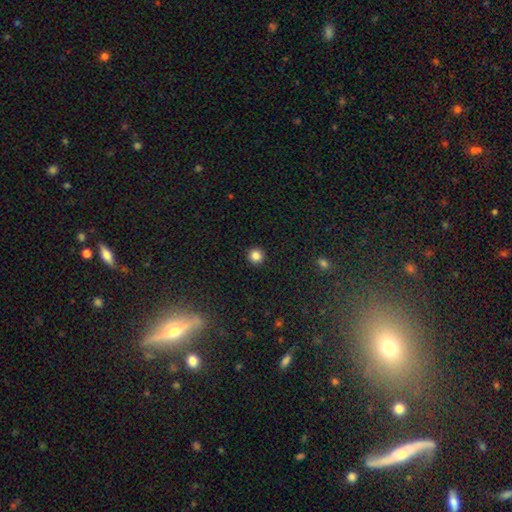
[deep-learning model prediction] smooth-or-featured: smooth: 84% | star or artifact: 12% | featured or disk: 4%
  how-rounded: round: 95% | in between: 4% | cigar-shaped: 1%
  merging: none: 93% | minor disturbance: 4% | major disturbance: 2% | merger: 1%